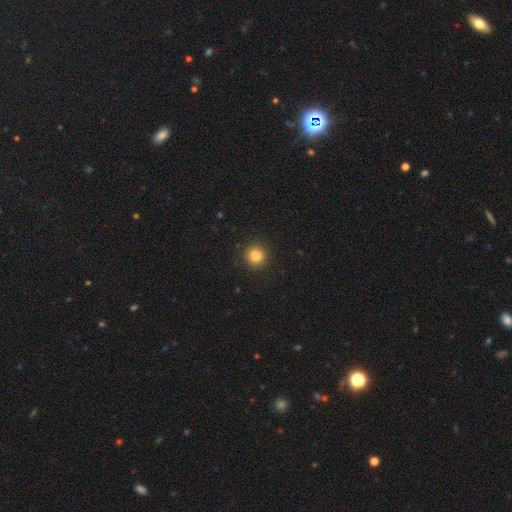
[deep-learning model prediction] Smooth or featured?
  - smooth: 85% *
  - star or artifact: 11%
  - featured or disk: 4%
How rounded?
  - round: 93% *
  - in between: 6%
  - cigar-shaped: 1%
Merging?
  - none: 91% *
  - minor disturbance: 5%
  - major disturbance: 2%
  - merger: 1%